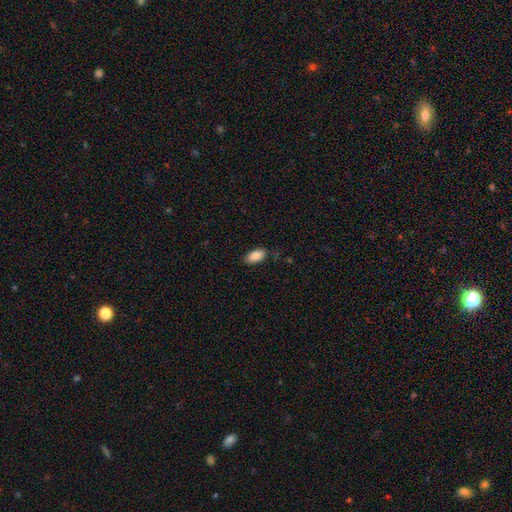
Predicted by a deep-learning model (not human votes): Smooth or featured?
  - smooth: 89% *
  - star or artifact: 7%
  - featured or disk: 4%
How rounded?
  - in between: 93% *
  - cigar-shaped: 4%
  - round: 3%
Merging?
  - none: 83% *
  - minor disturbance: 13%
  - major disturbance: 3%
  - merger: 1%